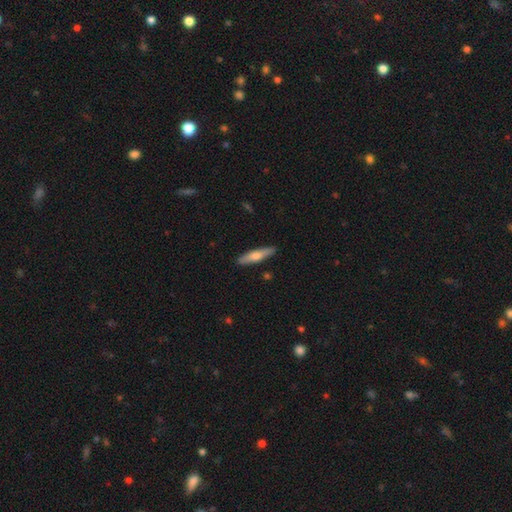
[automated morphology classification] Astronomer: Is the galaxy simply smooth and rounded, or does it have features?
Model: smooth — 55% (runner-up: featured or disk, 39%).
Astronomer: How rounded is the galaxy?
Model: cigar-shaped — 83%.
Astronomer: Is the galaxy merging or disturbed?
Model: none — 89%.